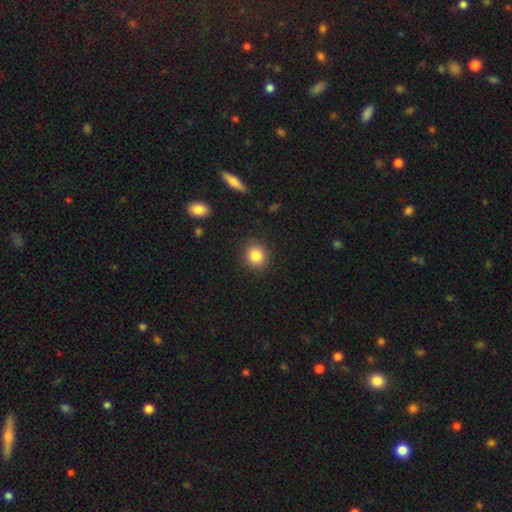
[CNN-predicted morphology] The model was most divided on "how rounded": round: 83%, in between: 16%, cigar-shaped: 1%. More confident: merging — none (88%); smooth or featured — smooth (85%).